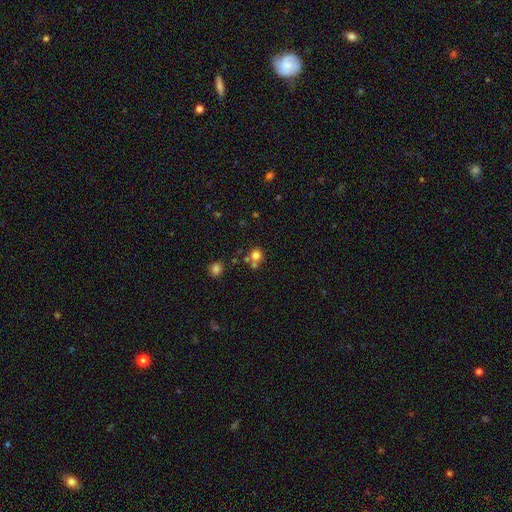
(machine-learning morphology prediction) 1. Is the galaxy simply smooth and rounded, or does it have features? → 77% smooth, 14% star or artifact, 9% featured or disk.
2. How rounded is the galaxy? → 84% round, 15% in between, 1% cigar-shaped.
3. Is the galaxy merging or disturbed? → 55% none, 31% merger, 10% minor disturbance, 4% major disturbance.